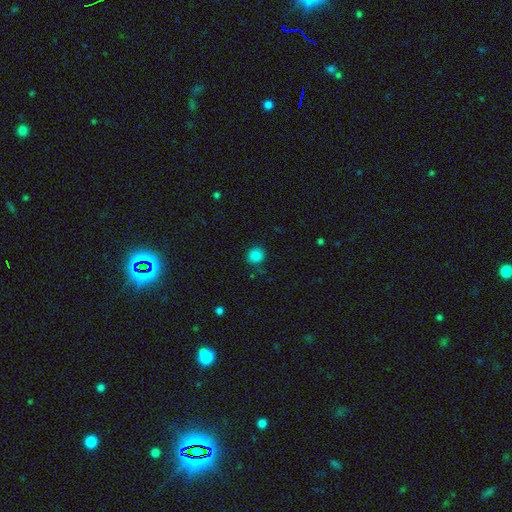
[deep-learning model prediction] Overall: smooth (84%). How rounded: round (90%). Merging: none (84%).